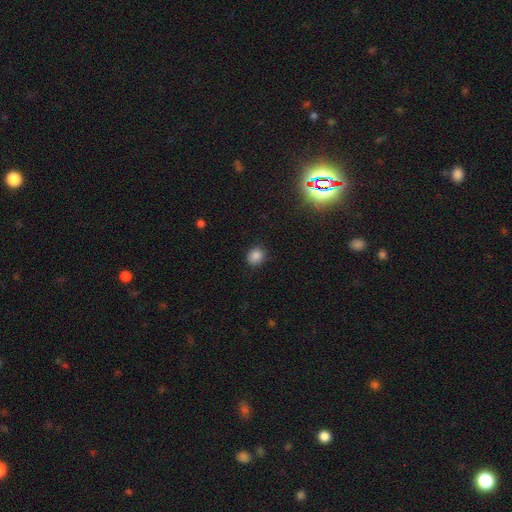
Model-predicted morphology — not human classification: This appears to be a smooth galaxy with no disk features (84%) that is round (72%). Merging: none (86%).